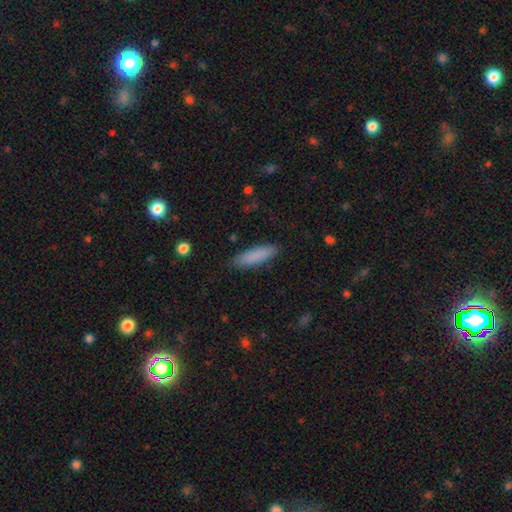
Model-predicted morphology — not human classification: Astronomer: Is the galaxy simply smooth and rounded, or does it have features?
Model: smooth — 87%.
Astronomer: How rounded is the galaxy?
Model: cigar-shaped — 61% (runner-up: in between, 38%).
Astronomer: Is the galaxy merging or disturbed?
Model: none — 87%.